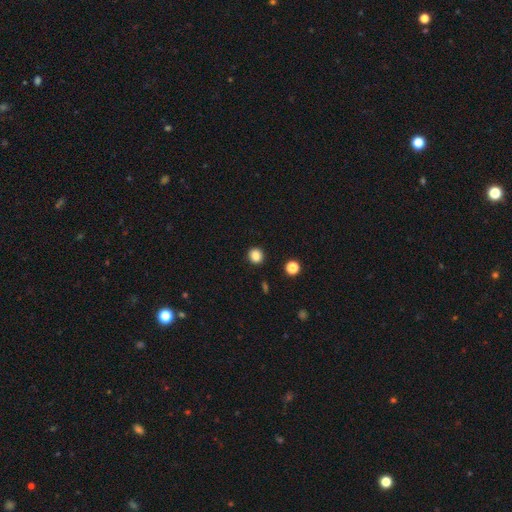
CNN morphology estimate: This appears to be a smooth galaxy with no disk features (85%) that is round (86%). Merging: none (91%).